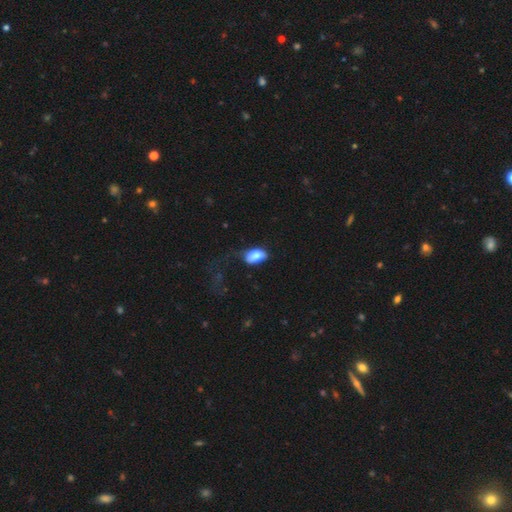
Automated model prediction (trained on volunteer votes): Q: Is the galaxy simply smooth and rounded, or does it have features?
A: smooth — 83%.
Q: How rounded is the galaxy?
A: in between — 92%.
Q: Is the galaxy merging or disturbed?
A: none — 45%.